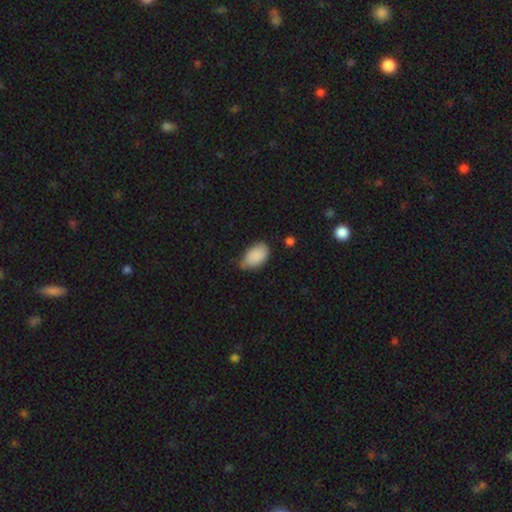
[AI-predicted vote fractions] smooth-or-featured: smooth: 88% | star or artifact: 6% | featured or disk: 6%
  how-rounded: in between: 93% | round: 6% | cigar-shaped: 1%
  merging: none: 57% | minor disturbance: 35% | major disturbance: 6% | merger: 3%